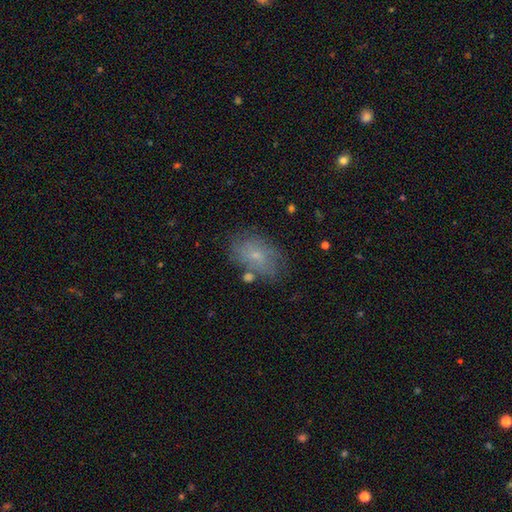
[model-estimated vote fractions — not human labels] A smooth galaxy with no disk features (52%) that is in between round and cigar-shaped (84%). Merging: none (67%).